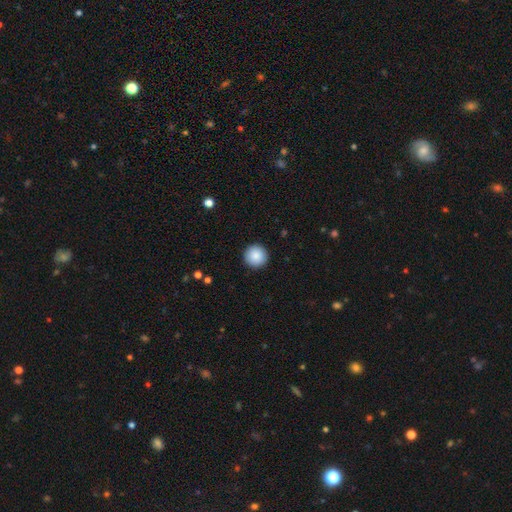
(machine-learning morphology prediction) Smooth or featured: smooth — 88% (star or artifact — 8%)
How rounded: round — 97% (in between — 2%)
Merging: none — 93% (minor disturbance — 4%)